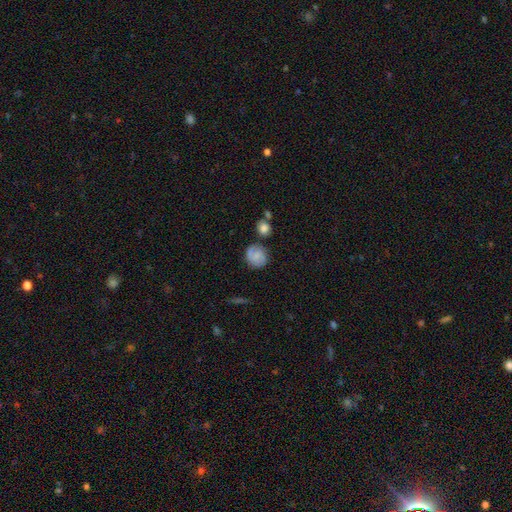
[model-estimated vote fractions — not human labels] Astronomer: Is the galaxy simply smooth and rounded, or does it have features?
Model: smooth — 53% (runner-up: featured or disk, 37%).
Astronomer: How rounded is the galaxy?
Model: round — 79%.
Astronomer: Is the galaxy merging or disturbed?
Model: none — 70%.